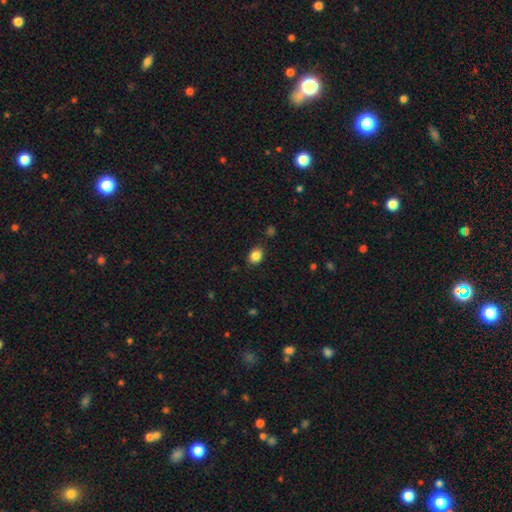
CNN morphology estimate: smooth 85%, star or artifact 10%, featured or disk 5%. Down the decision tree: how rounded — in between (50%); merging — none (85%).